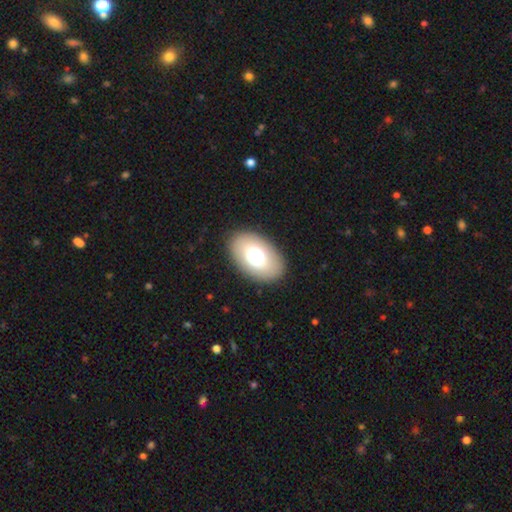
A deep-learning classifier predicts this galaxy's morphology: A smooth galaxy with no disk features (67%) that is in between round and cigar-shaped (86%). Merging: none (86%).